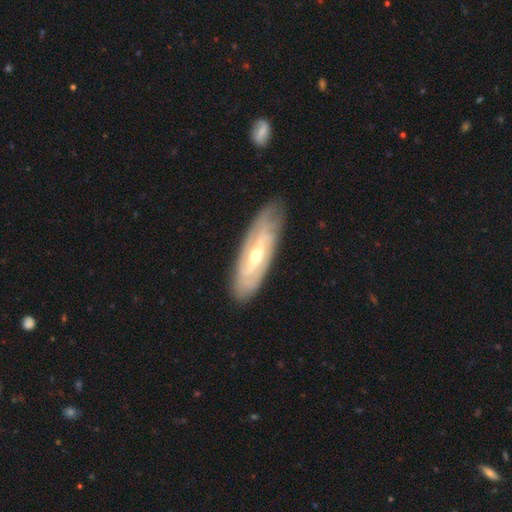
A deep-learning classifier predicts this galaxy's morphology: Smooth or featured? Predicted: featured or disk (p=0.80). Edge-on disk? Predicted: no (p=0.82). Bar? Predicted: weak (p=0.38). Spiral arms? Predicted: yes (p=0.85). Spiral winding? Predicted: tight (p=0.54). Spiral arm count? Predicted: 2 (p=0.46). Bulge size? Predicted: moderate (p=0.51). Merging? Predicted: none (p=0.81).